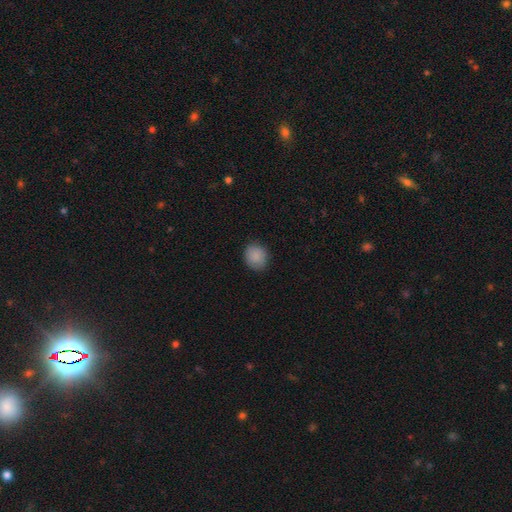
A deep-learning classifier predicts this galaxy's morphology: This appears to be a smooth galaxy with no disk features (88%) that is round (69%). Merging: none (82%).